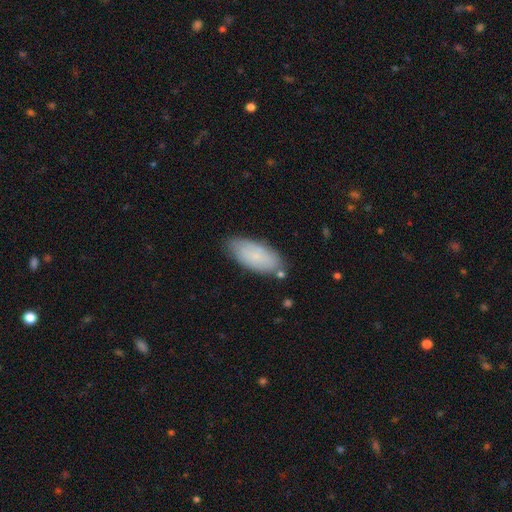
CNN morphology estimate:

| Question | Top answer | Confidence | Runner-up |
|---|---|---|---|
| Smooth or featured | smooth | 75% | featured or disk (19%) |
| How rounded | in between | 89% | cigar-shaped (9%) |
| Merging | none | 75% | minor disturbance (18%) |